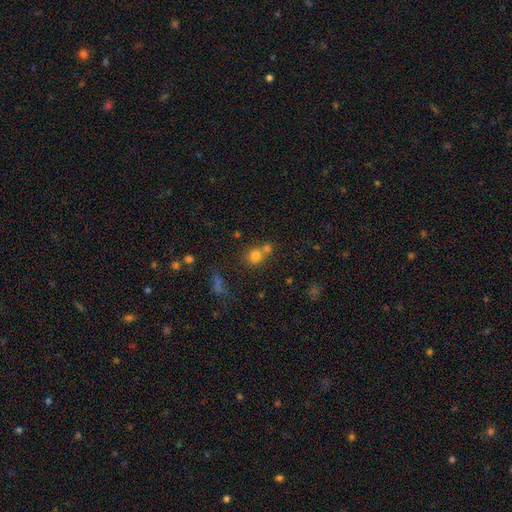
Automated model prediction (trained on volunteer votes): A smooth galaxy with no disk features (76%) that is round (84%).

Vote fractions:
- Smooth or featured? smooth: 76% / star or artifact: 15% / featured or disk: 10%
- How rounded? round: 84% / in between: 15% / cigar-shaped: 1%
- Merging? none: 45% / merger: 43% / minor disturbance: 8% / major disturbance: 4%